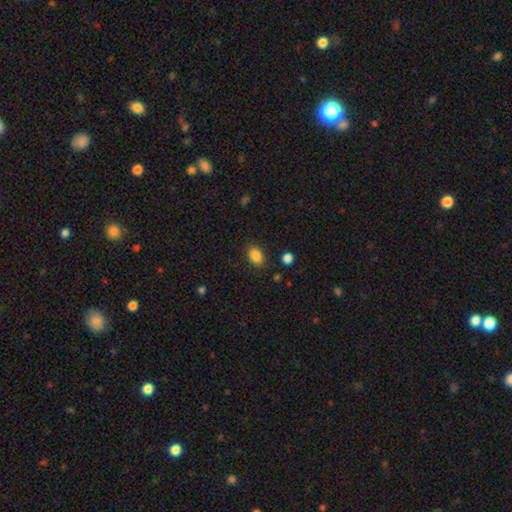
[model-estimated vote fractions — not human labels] Smooth or featured? Predicted: smooth (p=0.86). How rounded? Predicted: in between (p=0.83). Merging? Predicted: none (p=0.85).